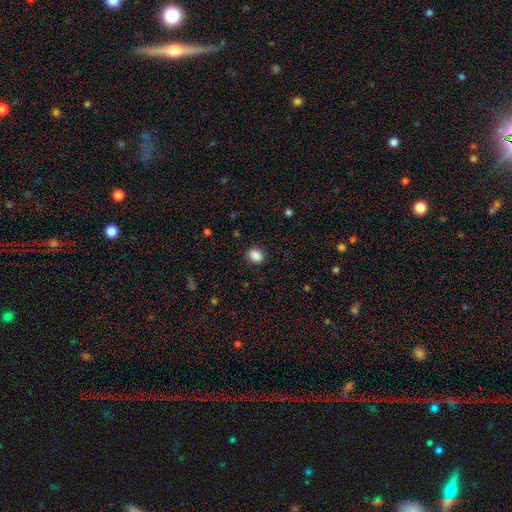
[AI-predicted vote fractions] smooth-or-featured: smooth: 88% | star or artifact: 9% | featured or disk: 3%
  how-rounded: in between: 57% | round: 42% | cigar-shaped: 1%
  merging: none: 89% | minor disturbance: 8% | major disturbance: 2% | merger: 1%